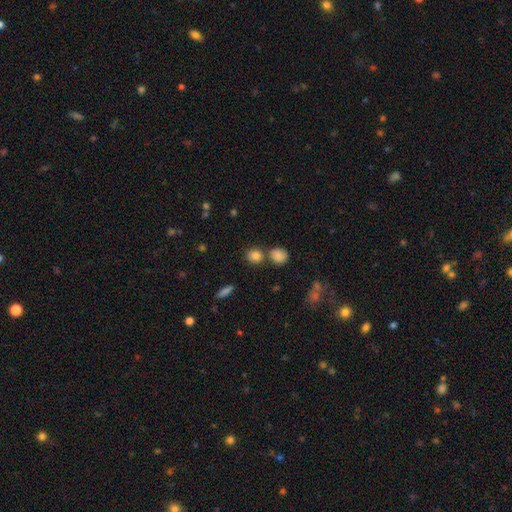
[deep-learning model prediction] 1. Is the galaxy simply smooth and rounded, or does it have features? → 83% smooth, 11% star or artifact, 6% featured or disk.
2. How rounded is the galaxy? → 73% round, 25% in between, 2% cigar-shaped.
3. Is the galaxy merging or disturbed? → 63% none, 24% merger, 9% minor disturbance, 3% major disturbance.